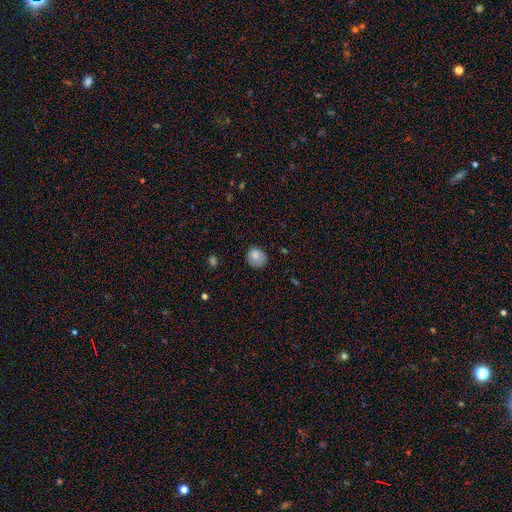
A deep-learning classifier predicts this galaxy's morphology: Smooth or featured? smooth (82%)
How rounded? round (80%)
Merging? none (70%)